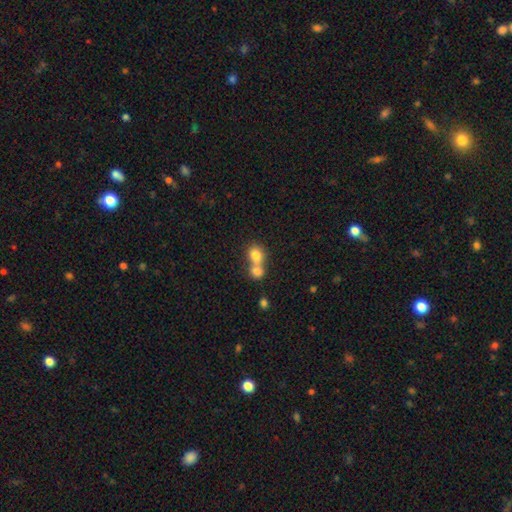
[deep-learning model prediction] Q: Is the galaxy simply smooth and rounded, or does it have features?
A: smooth — 77%.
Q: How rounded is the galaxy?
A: round — 68%.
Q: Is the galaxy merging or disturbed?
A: merger — 69%.